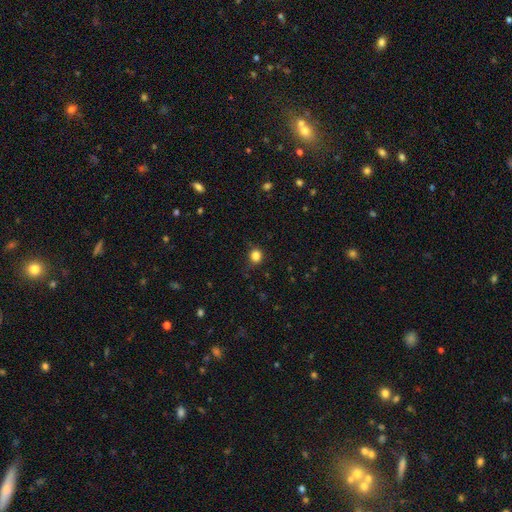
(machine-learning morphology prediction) This is clearly a smooth galaxy (83%). How rounded: clearly round (86%). Merging: clearly none (82%).